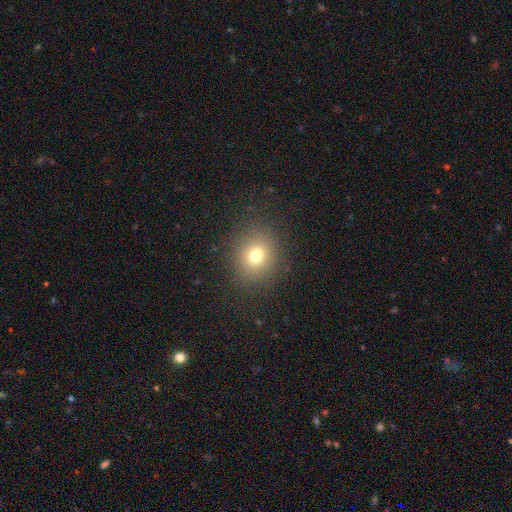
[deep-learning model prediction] The model was most divided on "smooth or featured": smooth: 73%, star or artifact: 17%, featured or disk: 10%. More confident: merging — none (88%); how rounded — round (80%).